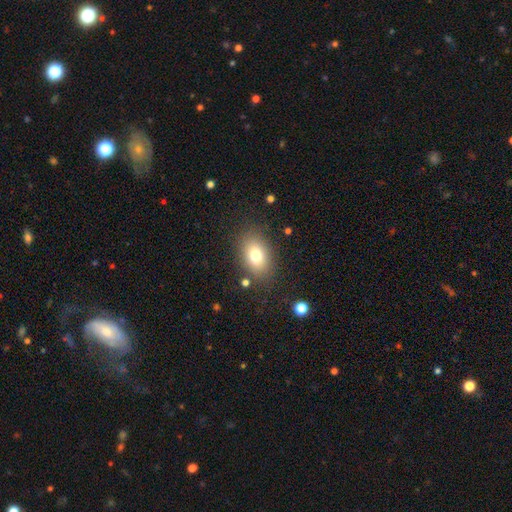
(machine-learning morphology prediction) Q: Smooth or featured?
A: smooth (76%); runner-up: featured or disk (13%)
Q: How rounded?
A: in between (81%); runner-up: round (17%)
Q: Merging?
A: none (83%); runner-up: minor disturbance (11%)